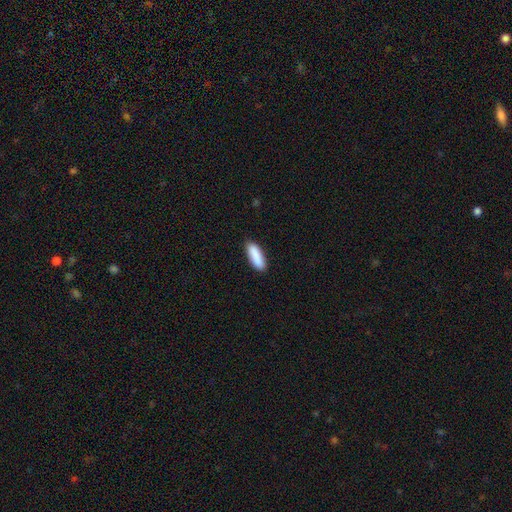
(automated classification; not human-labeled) This is clearly a smooth galaxy (90%). How rounded: possibly in between (55%). Merging: clearly none (87%).